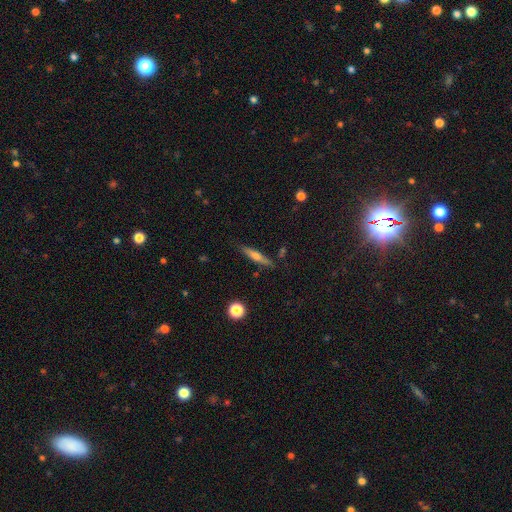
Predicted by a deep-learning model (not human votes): smooth_or_featured: featured or disk (p=0.47) [alt: smooth p=0.45]
merging: none (p=0.83) [alt: minor disturbance p=0.12]